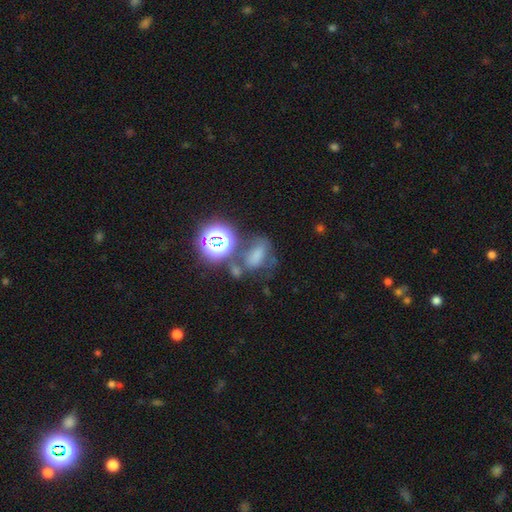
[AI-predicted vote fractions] This is possibly a smooth galaxy (54%). How rounded: likely in between (70%). Merging: marginally none (43%).